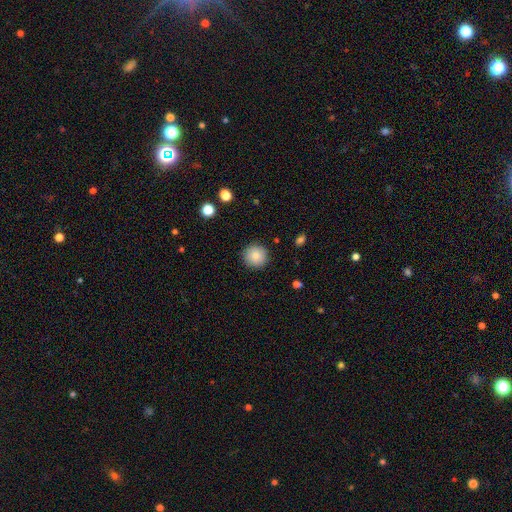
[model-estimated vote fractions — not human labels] Smooth or featured? smooth (84%)
How rounded? round (95%)
Merging? none (90%)